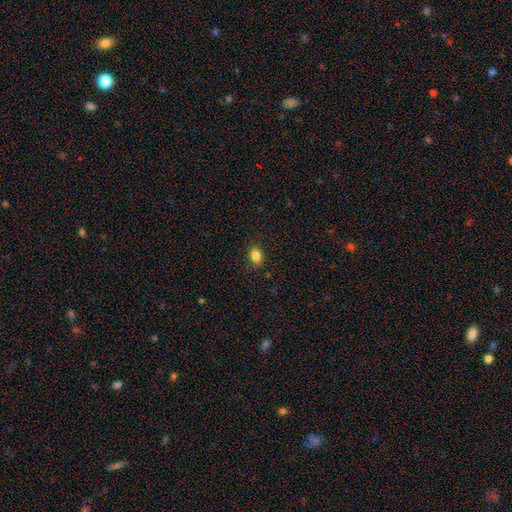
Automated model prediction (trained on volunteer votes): Smooth or featured: smooth — 85% (star or artifact — 10%)
How rounded: in between — 69% (round — 29%)
Merging: none — 87% (minor disturbance — 10%)